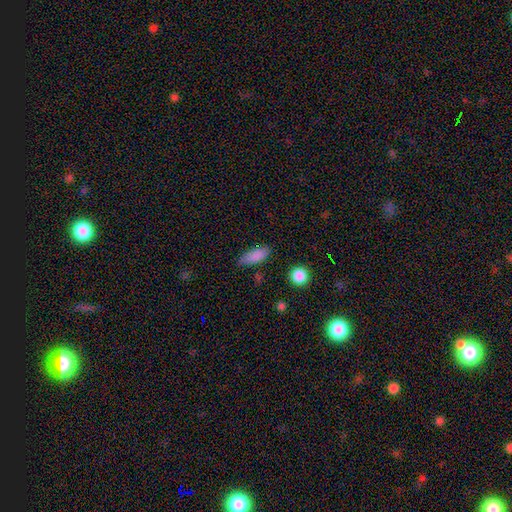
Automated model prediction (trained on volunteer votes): A smooth galaxy with no disk features (84%) that is in between round and cigar-shaped (69%). Merging: none (71%).